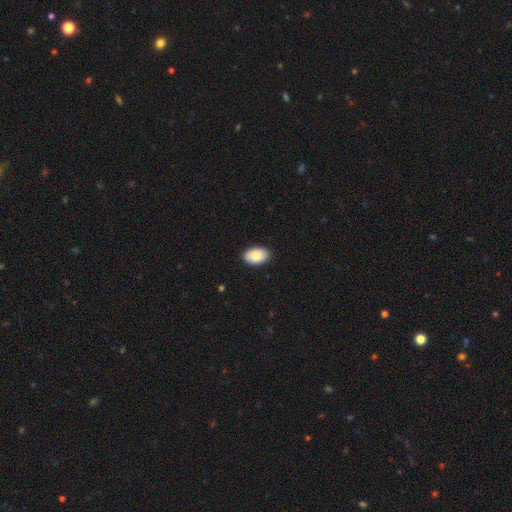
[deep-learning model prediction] This is clearly a smooth galaxy (84%). How rounded: clearly in between (91%). Merging: clearly none (89%).